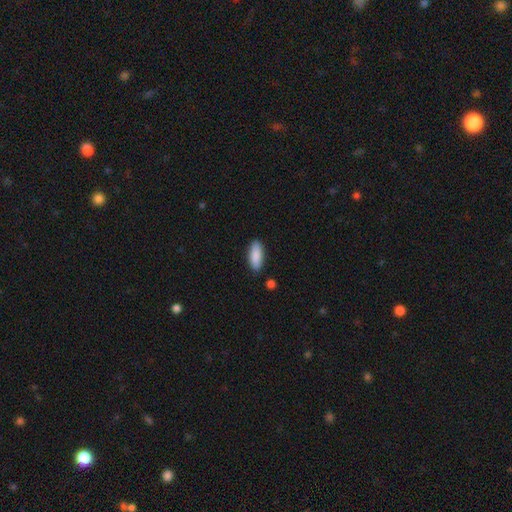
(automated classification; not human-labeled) Morphology: type=smooth (88%); roundness=in between (70%); merging=none (86%).